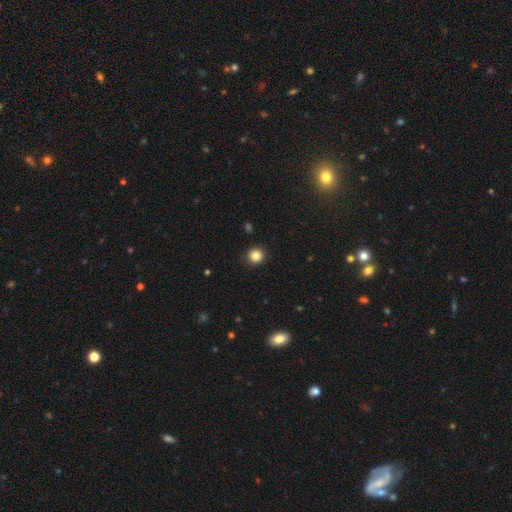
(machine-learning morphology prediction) The model was most divided on "smooth or featured": smooth: 85%, star or artifact: 11%, featured or disk: 4%. More confident: how rounded — round (93%); merging — none (90%).